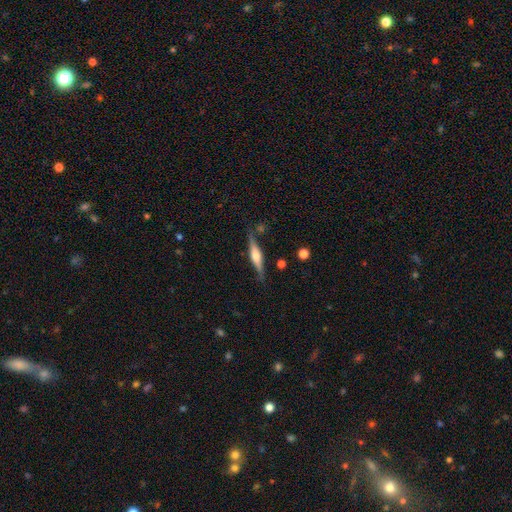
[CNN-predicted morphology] Smooth or featured? featured or disk (72%)
Edge-on disk? yes (97%)
Edge-on bulge? rounded (80%)
Merging? none (82%)